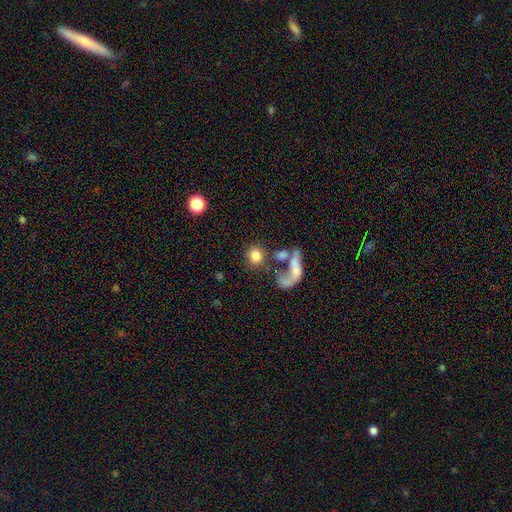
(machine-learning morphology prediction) smooth-or-featured: smooth: 75% | featured or disk: 14% | star or artifact: 10%
  how-rounded: round: 73% | in between: 24% | cigar-shaped: 3%
  merging: none: 44% | merger: 31% | major disturbance: 15% | minor disturbance: 9%